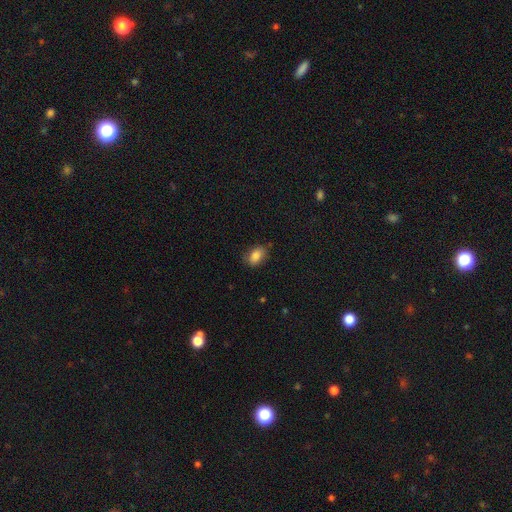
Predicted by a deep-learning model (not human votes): smooth 84%, star or artifact 9%, featured or disk 7%. Down the decision tree: how rounded — in between (83%); merging — none (77%).